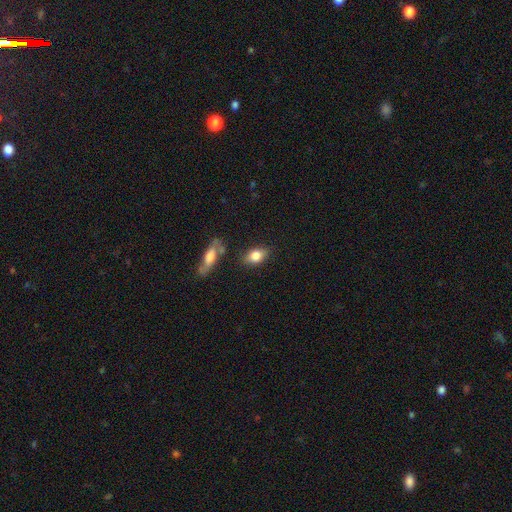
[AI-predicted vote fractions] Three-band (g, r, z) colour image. It shows a smooth galaxy with no disk features (78%) that is in between round and cigar-shaped (80%). Merging: none (77%).